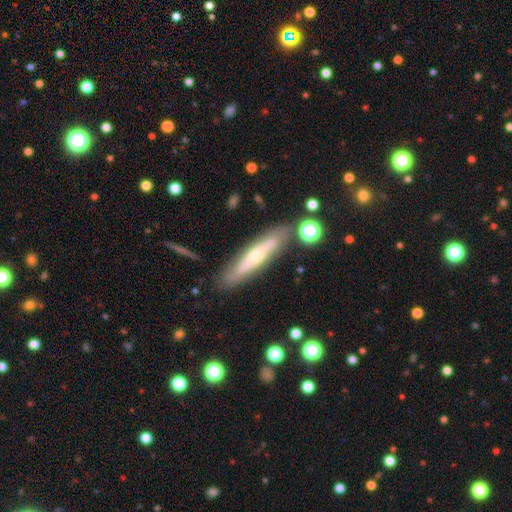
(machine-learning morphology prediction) featured or disk 47%, smooth 45%, star or artifact 7%. Down the decision tree: merging — none (78%).